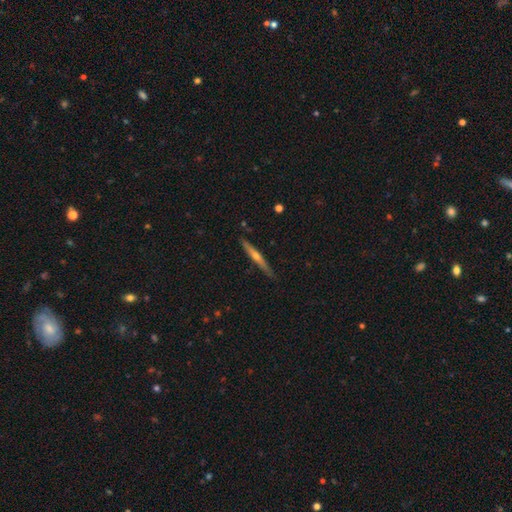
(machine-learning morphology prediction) Overall: featured or disk (71%). Edge-on disk: yes (97%). Edge-on bulge: rounded (82%). Merging: none (88%).